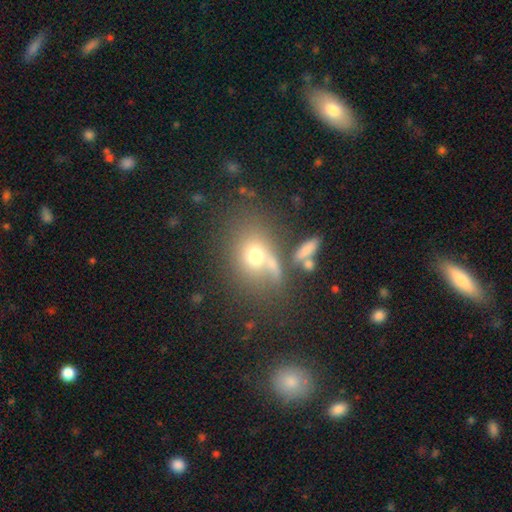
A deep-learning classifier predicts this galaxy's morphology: smooth_or_featured: smooth (p=0.64) [alt: featured or disk p=0.20]
how_rounded: round (p=0.51) [alt: in between p=0.47]
merging: none (p=0.47) [alt: merger p=0.22]